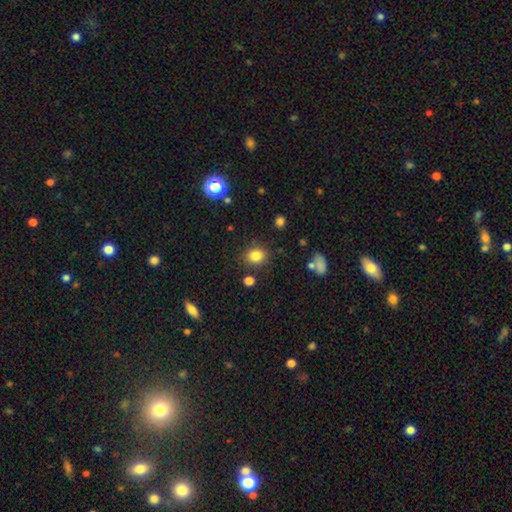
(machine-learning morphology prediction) Overall: smooth (83%). How rounded: round (65%; in between 34%). Merging: none (82%).